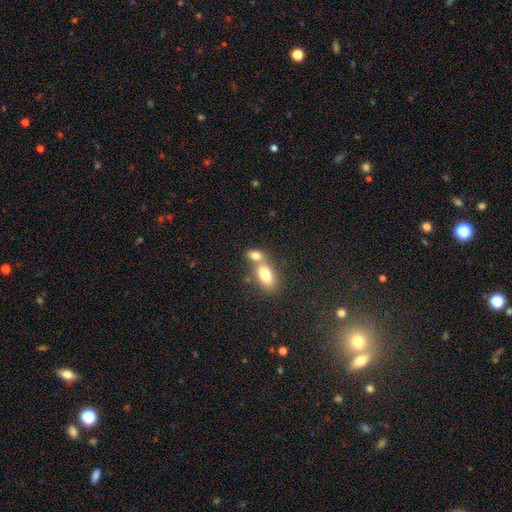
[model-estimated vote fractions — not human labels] A smooth galaxy with no disk features (79%) that is in between round and cigar-shaped (82%).

Vote fractions:
- Smooth or featured? smooth: 79% / featured or disk: 13% / star or artifact: 8%
- How rounded? in between: 82% / round: 13% / cigar-shaped: 5%
- Merging? merger: 60% / none: 30% / minor disturbance: 8% / major disturbance: 3%